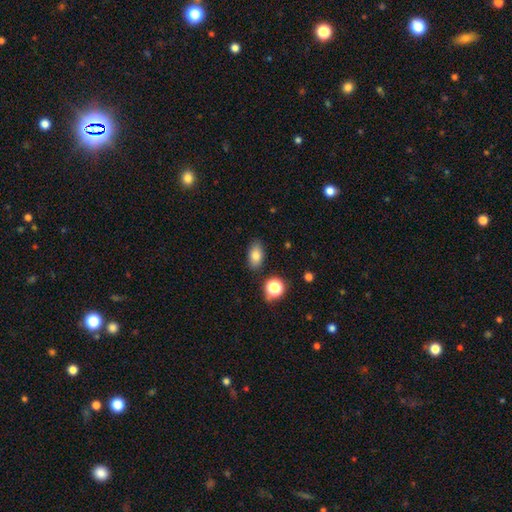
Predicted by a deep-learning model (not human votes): Q: Smooth or featured?
A: smooth (80%); runner-up: star or artifact (11%)
Q: How rounded?
A: in between (87%); runner-up: round (10%)
Q: Merging?
A: none (84%); runner-up: minor disturbance (10%)